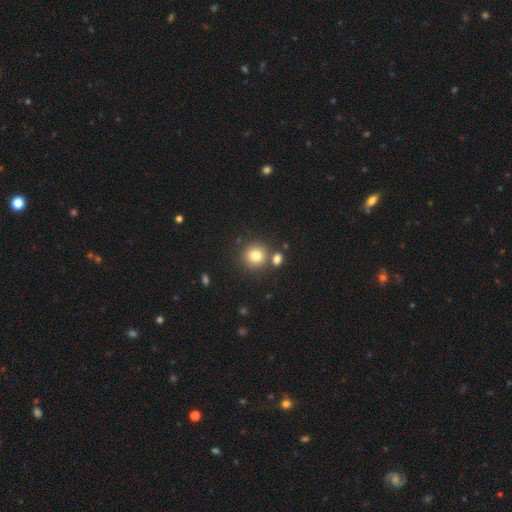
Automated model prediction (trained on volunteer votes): Q: Smooth or featured?
A: smooth (80%); runner-up: star or artifact (12%)
Q: How rounded?
A: round (90%); runner-up: in between (9%)
Q: Merging?
A: none (74%); runner-up: merger (15%)